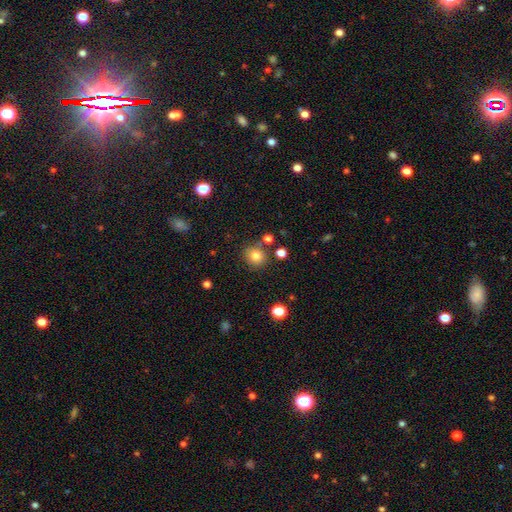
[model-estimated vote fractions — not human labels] Smooth or featured?
  - smooth: 80% *
  - star or artifact: 13%
  - featured or disk: 8%
How rounded?
  - round: 88% *
  - in between: 11%
  - cigar-shaped: 1%
Merging?
  - none: 82% *
  - minor disturbance: 9%
  - merger: 6%
  - major disturbance: 3%